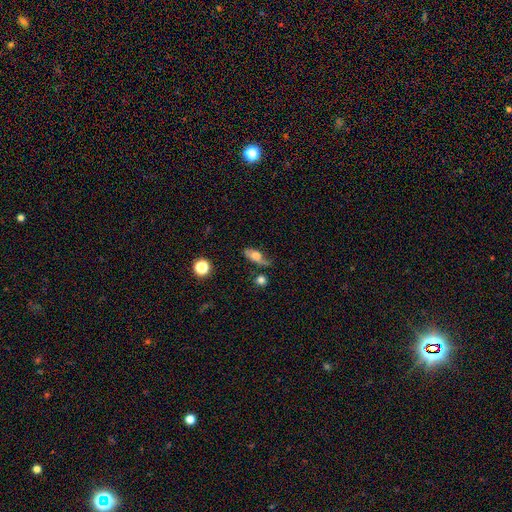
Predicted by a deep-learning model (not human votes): Morphology: type=smooth (55%); roundness=in between (70%); merging=none (46%).